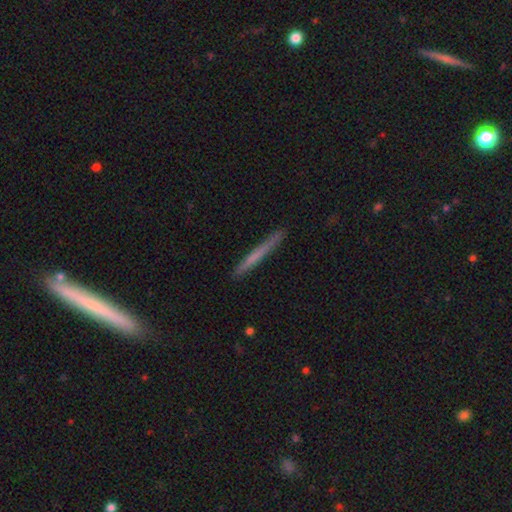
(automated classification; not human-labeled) smooth 58%, featured or disk 35%, star or artifact 6%. Down the decision tree: how rounded — cigar-shaped (97%); merging — none (89%).